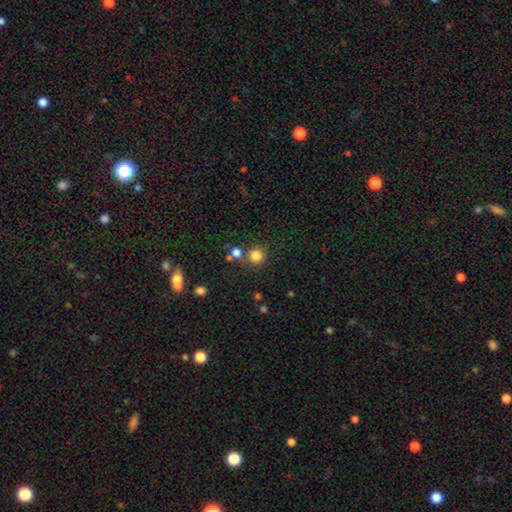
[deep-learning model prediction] Smooth or featured: smooth — 82% (star or artifact — 13%)
How rounded: round — 92% (in between — 7%)
Merging: none — 73% (merger — 15%)